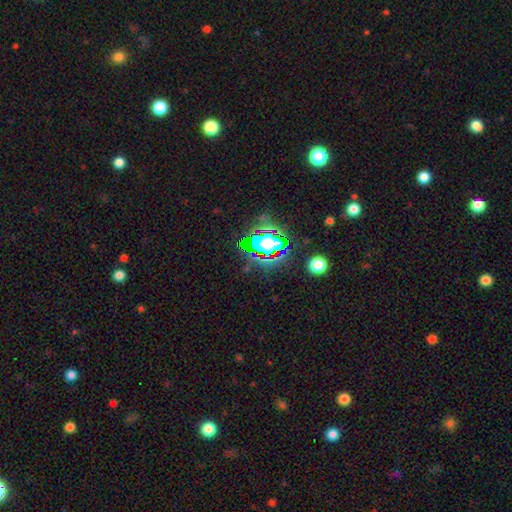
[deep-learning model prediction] A star or artifact, not a galaxy (81%).

Vote fractions:
- Smooth or featured? star or artifact: 81% / smooth: 11% / featured or disk: 8%